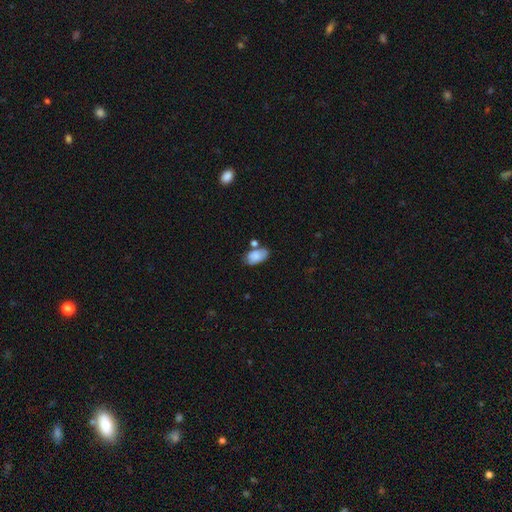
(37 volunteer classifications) Morphology: type=smooth (78%); roundness=in between (97%); merging=none (41%).